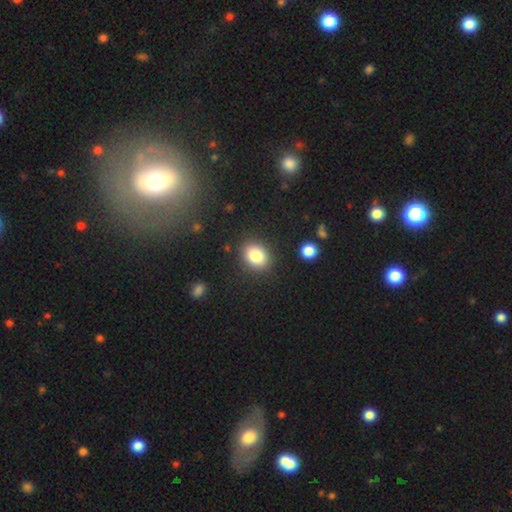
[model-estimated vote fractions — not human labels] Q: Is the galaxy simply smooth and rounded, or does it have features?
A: smooth — 83%.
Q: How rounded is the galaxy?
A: in between — 57%.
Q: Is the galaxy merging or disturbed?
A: none — 86%.